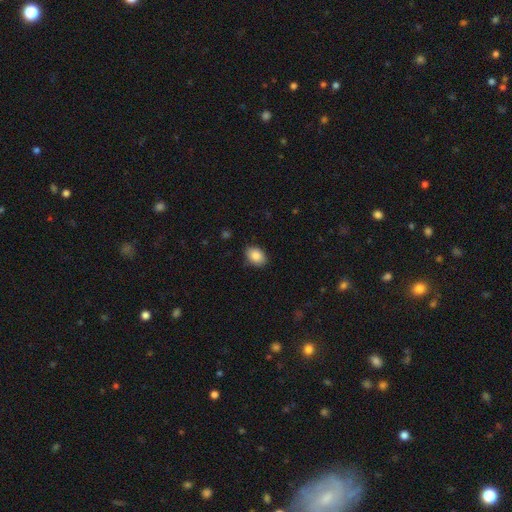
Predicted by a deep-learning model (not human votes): smooth_or_featured: smooth (p=0.88) [alt: star or artifact p=0.07]
how_rounded: in between (p=0.80) [alt: round p=0.19]
merging: none (p=0.85) [alt: minor disturbance p=0.12]